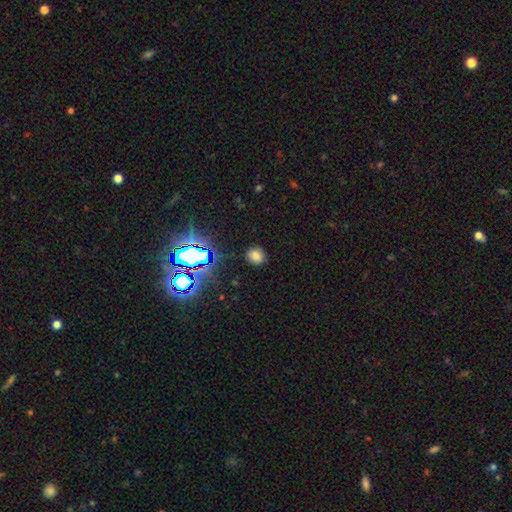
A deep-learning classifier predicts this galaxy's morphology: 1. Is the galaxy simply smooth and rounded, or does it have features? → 72% smooth, 22% star or artifact, 6% featured or disk.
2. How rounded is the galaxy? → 74% round, 25% in between, 1% cigar-shaped.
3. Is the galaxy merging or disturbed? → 86% none, 9% minor disturbance, 3% major disturbance, 2% merger.